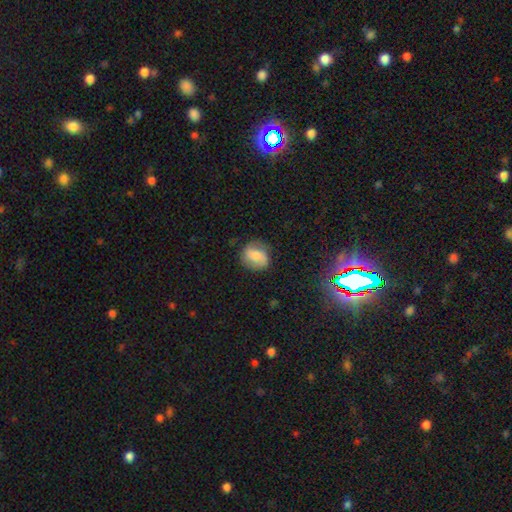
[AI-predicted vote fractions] Overall: smooth (54%; featured or disk 38%). How rounded: round (73%). Merging: none (73%).